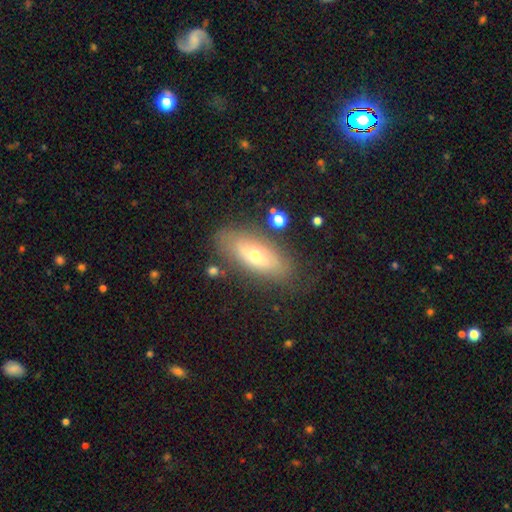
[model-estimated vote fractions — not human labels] Smooth or featured? smooth (51%)
How rounded? in between (74%)
Merging? none (76%)